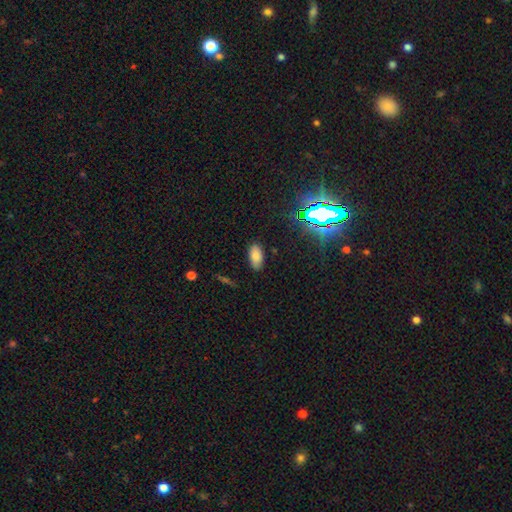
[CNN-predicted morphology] smooth 76%, star or artifact 15%, featured or disk 9%. Down the decision tree: how rounded — in between (93%); merging — none (86%).